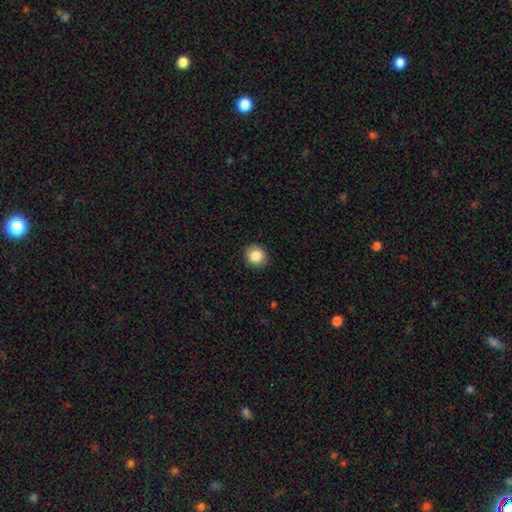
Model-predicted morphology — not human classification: Smooth or featured: smooth — 86% (star or artifact — 9%)
How rounded: round — 88% (in between — 11%)
Merging: none — 91% (minor disturbance — 6%)